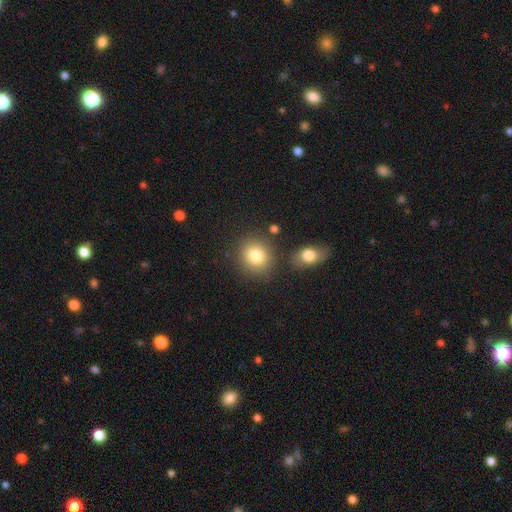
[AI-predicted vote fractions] smooth 81%, star or artifact 10%, featured or disk 9%. Down the decision tree: how rounded — round (82%); merging — none (79%).